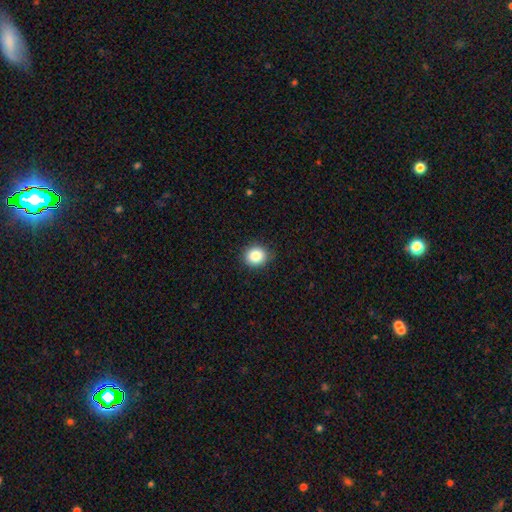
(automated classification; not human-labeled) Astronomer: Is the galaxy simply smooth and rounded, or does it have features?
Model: smooth — 86%.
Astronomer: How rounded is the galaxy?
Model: round — 79%.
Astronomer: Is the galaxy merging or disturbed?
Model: none — 89%.